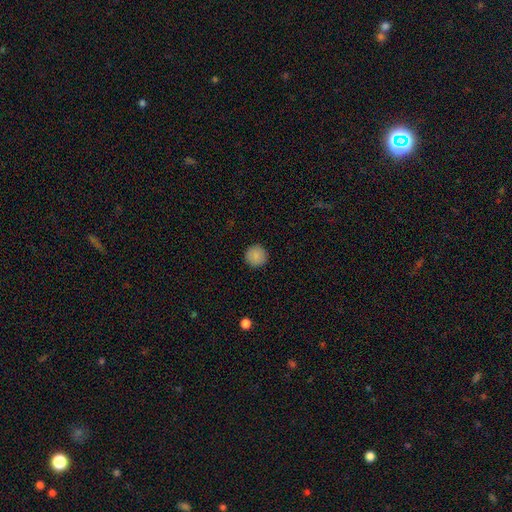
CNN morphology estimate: A smooth galaxy with no disk features (88%) that is round (95%). Merging: none (92%).